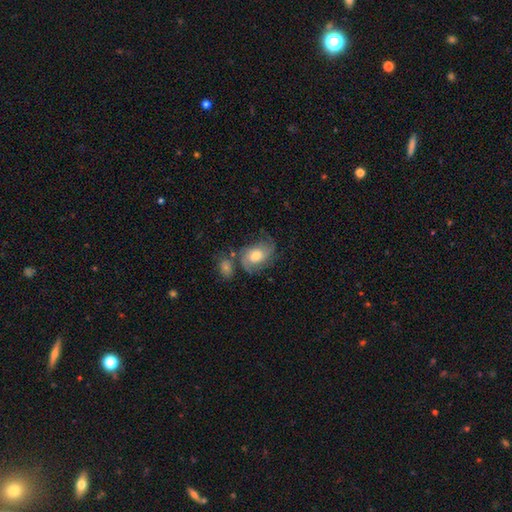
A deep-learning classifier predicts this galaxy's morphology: type=featured or disk (65%); edge-on=no (97%); bar=no (69%); spiral arms=yes (90%); winding=medium (44%); arm count=2 (44%); bulge=moderate (66%); merging=none (52%).